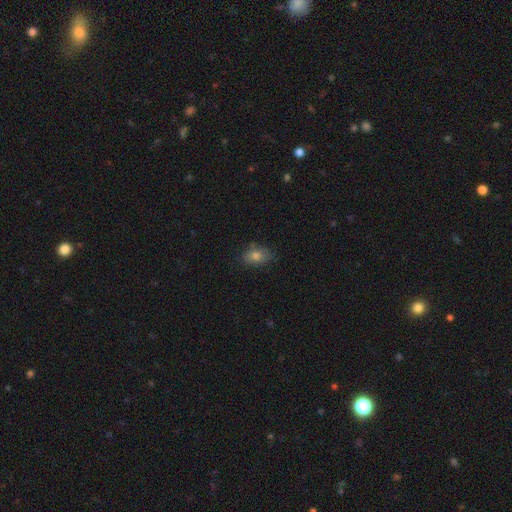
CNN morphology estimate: Smooth or featured? Predicted: smooth (p=0.77). How rounded? Predicted: in between (p=0.80). Merging? Predicted: none (p=0.78).